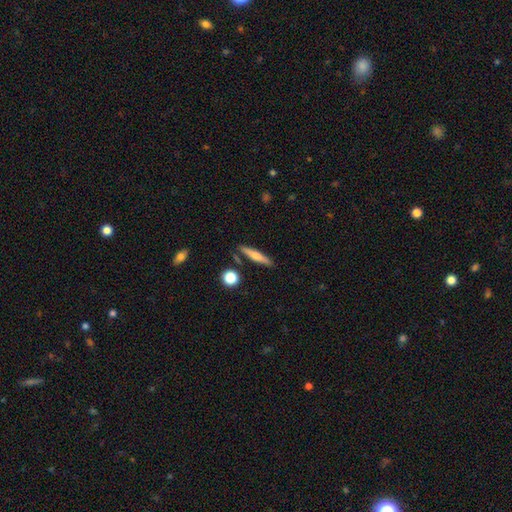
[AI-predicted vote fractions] Q: Smooth or featured?
A: smooth (59%); runner-up: featured or disk (34%)
Q: How rounded?
A: cigar-shaped (88%); runner-up: in between (9%)
Q: Merging?
A: none (85%); runner-up: minor disturbance (9%)